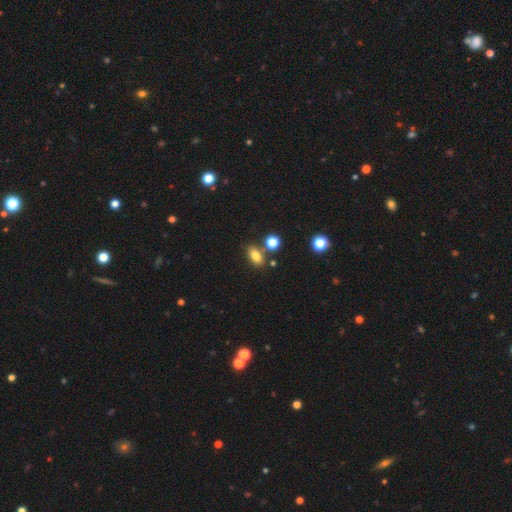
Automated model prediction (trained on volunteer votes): Smooth or featured? smooth (80%)
How rounded? in between (82%)
Merging? none (72%)